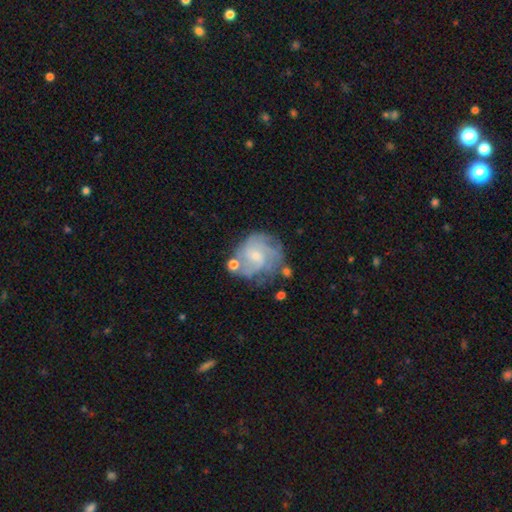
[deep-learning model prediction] smooth-or-featured: featured or disk: 74% | smooth: 18% | star or artifact: 8%
  disk-edge-on: no: 98% | yes: 2%
    bar: no: 59% | weak: 37% | strong: 5%
    has-spiral-arms: yes: 88% | no: 12%
      spiral-winding: tight: 44% | medium: 41% | loose: 15%
      spiral-arm-count: can't tell: 37% | 3: 22% | 4: 16% | 2: 15% | more than 4: 5% | 1: 5%
    bulge-size: small: 64% | moderate: 27% | none: 6% | large: 2% | dominant: 1%
  merging: none: 57% | minor disturbance: 21% | major disturbance: 13% | merger: 8%